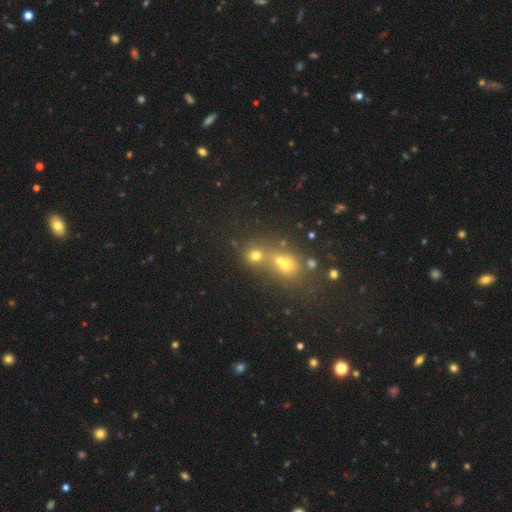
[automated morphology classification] Smooth or featured? Predicted: smooth (p=0.65). How rounded? Predicted: round (p=0.78). Merging? Predicted: merger (p=0.44, tied with none).